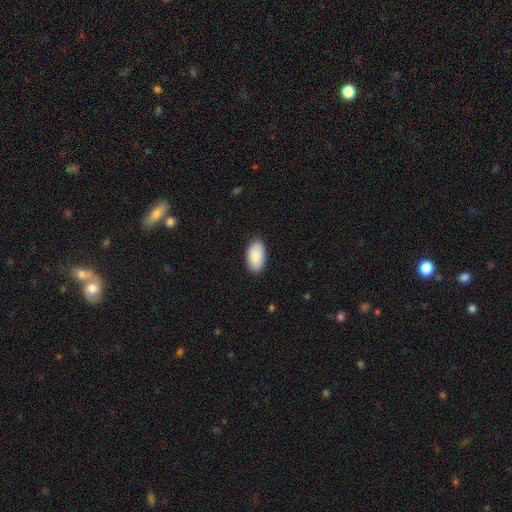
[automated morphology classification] Overall: smooth (84%). How rounded: in between (95%). Merging: none (86%).